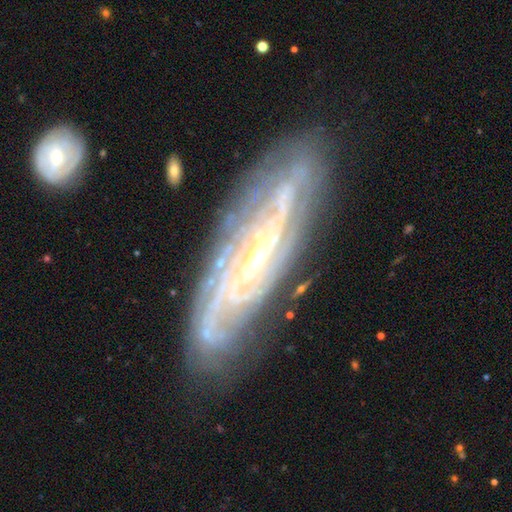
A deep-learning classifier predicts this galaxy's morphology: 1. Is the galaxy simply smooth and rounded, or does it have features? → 87% featured or disk, 7% smooth, 6% star or artifact.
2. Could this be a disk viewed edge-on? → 80% no, 20% yes.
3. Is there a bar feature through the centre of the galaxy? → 37% no (tied), 37% weak (tied), 26% strong.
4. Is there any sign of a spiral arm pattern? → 95% yes, 5% no.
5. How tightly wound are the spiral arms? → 62% tight, 30% medium, 8% loose.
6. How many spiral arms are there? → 38% can't tell, 21% 2, 18% 3, 11% 4, 7% more than 4, 5% 1.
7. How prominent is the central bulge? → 60% small, 34% moderate, 3% large, 2% none, 1% dominant.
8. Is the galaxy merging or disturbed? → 76% none, 16% minor disturbance, 6% major disturbance, 2% merger.